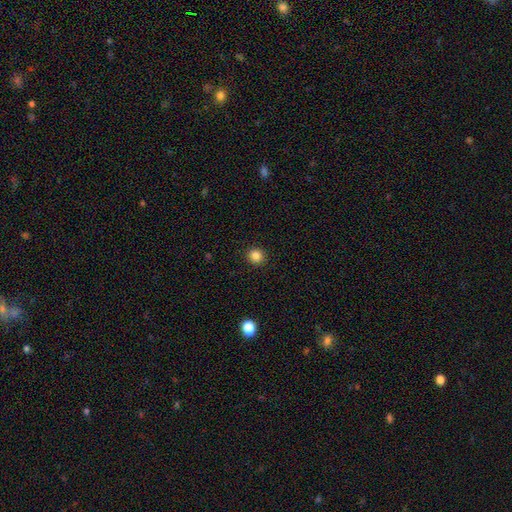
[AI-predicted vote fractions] smooth 85%, star or artifact 11%, featured or disk 4%. Down the decision tree: how rounded — round (90%); merging — none (92%).